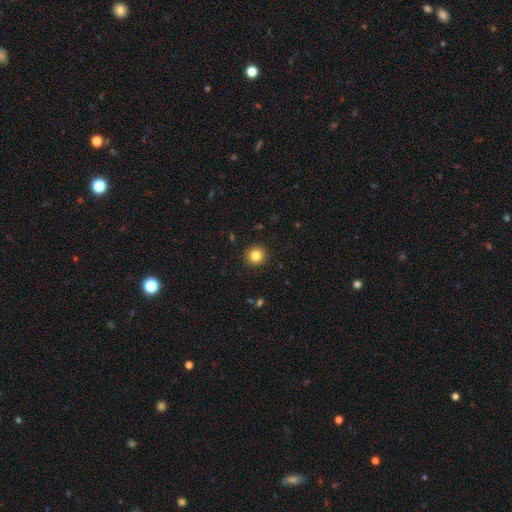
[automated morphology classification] The model was most divided on "smooth or featured": smooth: 84%, star or artifact: 11%, featured or disk: 6%. More confident: how rounded — round (92%); merging — none (92%).